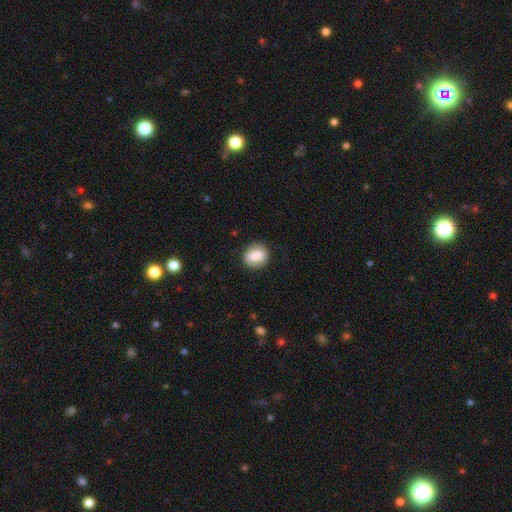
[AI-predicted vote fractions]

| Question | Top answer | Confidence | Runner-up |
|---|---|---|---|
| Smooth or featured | smooth | 82% | featured or disk (11%) |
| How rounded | round | 66% | in between (33%) |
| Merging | none | 87% | minor disturbance (10%) |